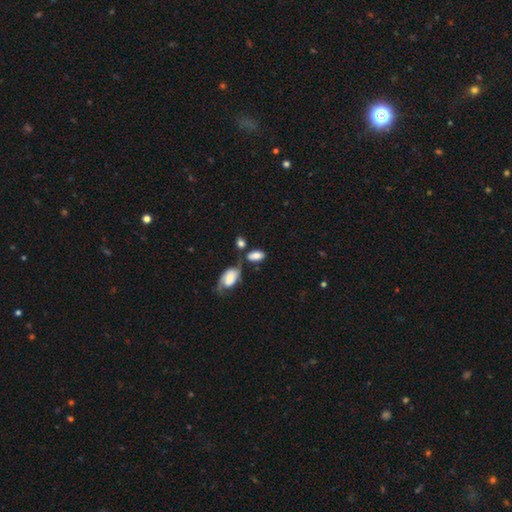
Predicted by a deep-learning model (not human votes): Q: Smooth or featured?
A: smooth (78%); runner-up: featured or disk (15%)
Q: How rounded?
A: in between (91%); runner-up: round (5%)
Q: Merging?
A: none (50%); runner-up: merger (22%)